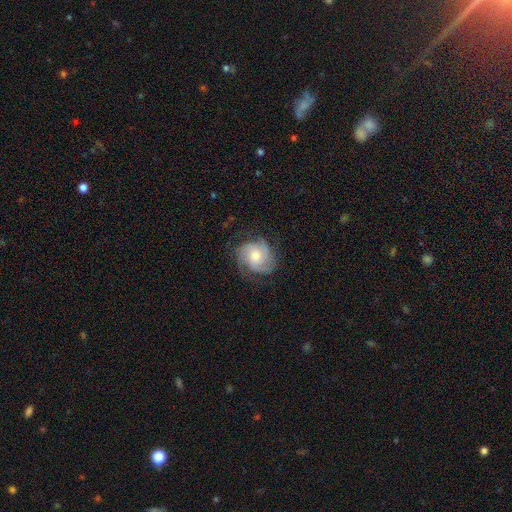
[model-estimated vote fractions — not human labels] This is likely a featured or disk galaxy (74%). It is clearly not viewed edge-on (98%). Bar: likely no (73%). Spiral arm pattern: clearly yes (96%). Spiral arm count: possibly 3 (46%). Spiral winding: possibly tight (49%). Central bulge: possibly moderate (59%). Merging: likely none (72%).